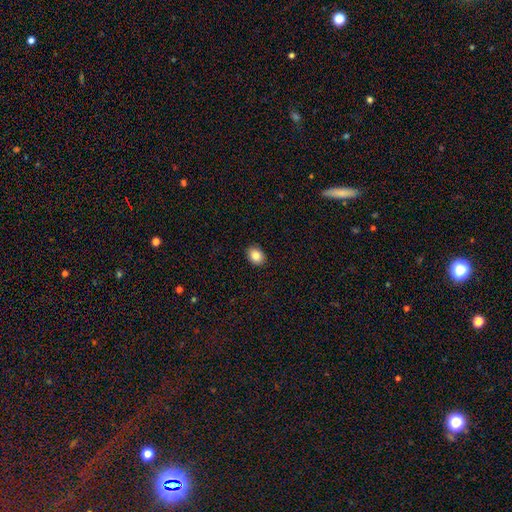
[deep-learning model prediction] A smooth galaxy with no disk features (86%) that is in between round and cigar-shaped (67%). Merging: none (90%).